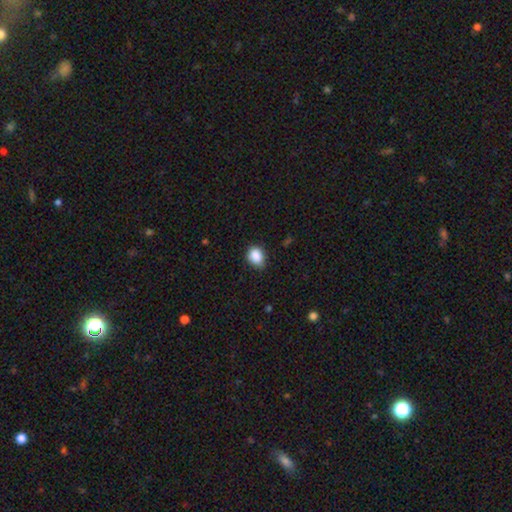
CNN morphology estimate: Smooth or featured? Predicted: smooth (p=0.88). How rounded? Predicted: in between (p=0.60). Merging? Predicted: none (p=0.76).